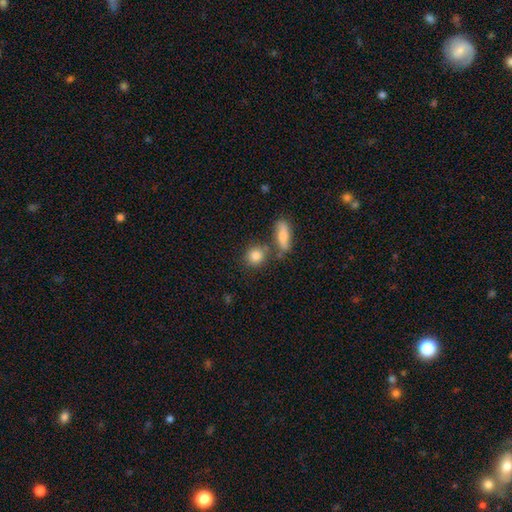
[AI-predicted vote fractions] Smooth or featured? Predicted: smooth (p=0.83). How rounded? Predicted: round (p=0.75). Merging? Predicted: none (p=0.68).